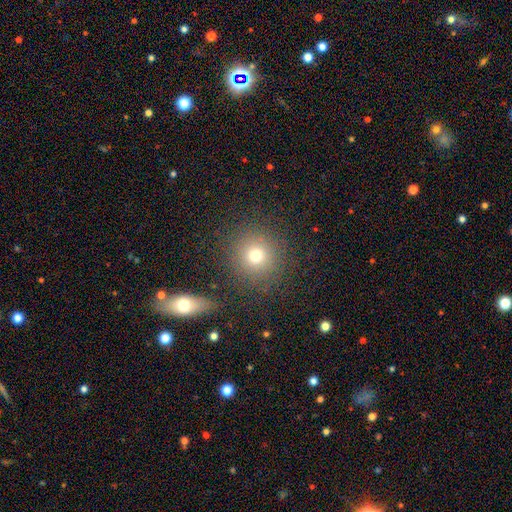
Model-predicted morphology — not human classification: smooth-or-featured: smooth: 72% | star or artifact: 17% | featured or disk: 10%
  how-rounded: round: 93% | in between: 6% | cigar-shaped: 1%
  merging: none: 86% | minor disturbance: 7% | major disturbance: 4% | merger: 2%